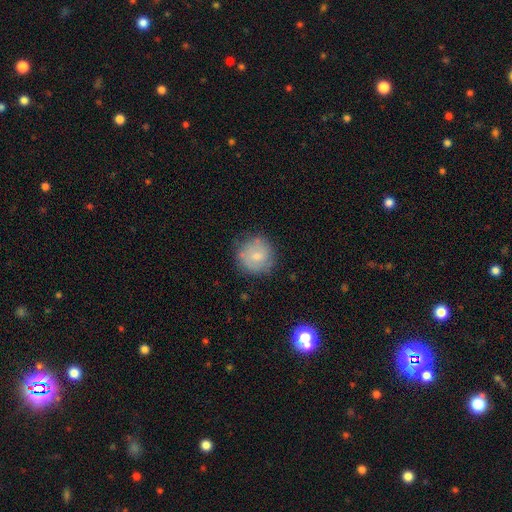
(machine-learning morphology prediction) Smooth or featured?
  - smooth: 70% *
  - featured or disk: 22%
  - star or artifact: 8%
How rounded?
  - round: 92% *
  - in between: 7%
  - cigar-shaped: 1%
Merging?
  - none: 74% *
  - minor disturbance: 19%
  - major disturbance: 5%
  - merger: 3%